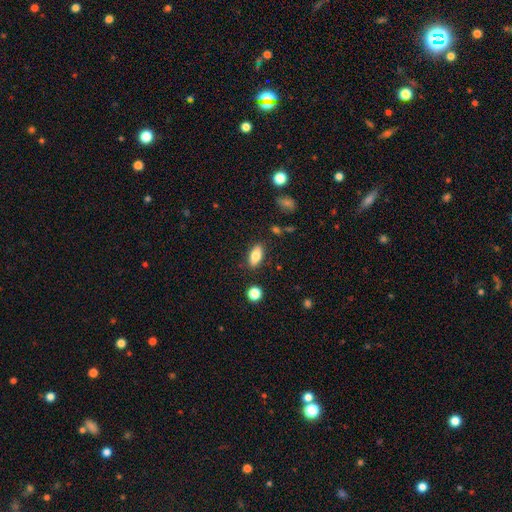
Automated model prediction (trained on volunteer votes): Smooth or featured?
  - smooth: 79% *
  - featured or disk: 14%
  - star or artifact: 8%
How rounded?
  - in between: 84% *
  - cigar-shaped: 12%
  - round: 4%
Merging?
  - none: 86% *
  - minor disturbance: 10%
  - major disturbance: 2%
  - merger: 2%